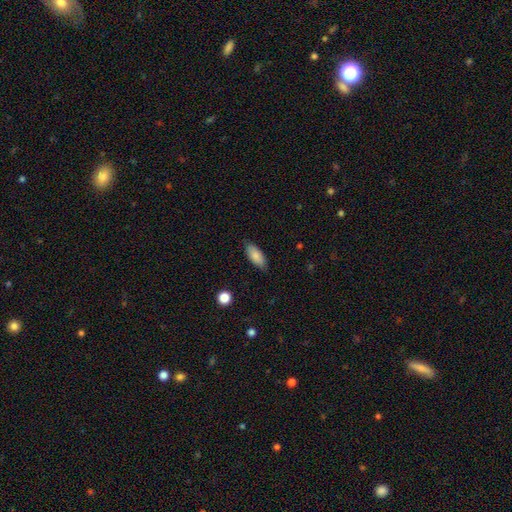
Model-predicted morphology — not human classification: Smooth or featured?
  - smooth: 85% *
  - featured or disk: 9%
  - star or artifact: 7%
How rounded?
  - in between: 83% *
  - cigar-shaped: 15%
  - round: 2%
Merging?
  - none: 84% *
  - minor disturbance: 13%
  - major disturbance: 2%
  - merger: 1%